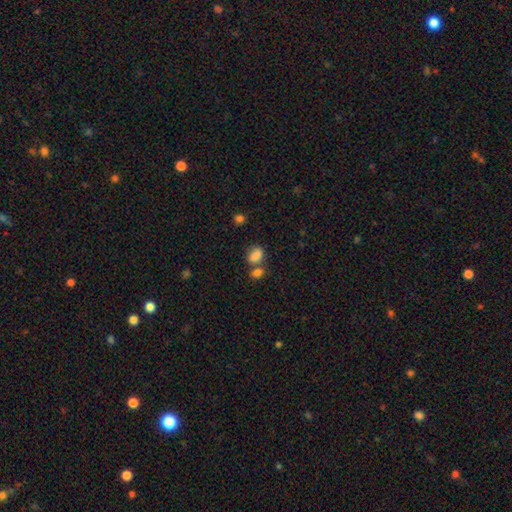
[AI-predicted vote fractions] A smooth galaxy with no disk features (81%) that is in between round and cigar-shaped (71%). Merging: none (43%).